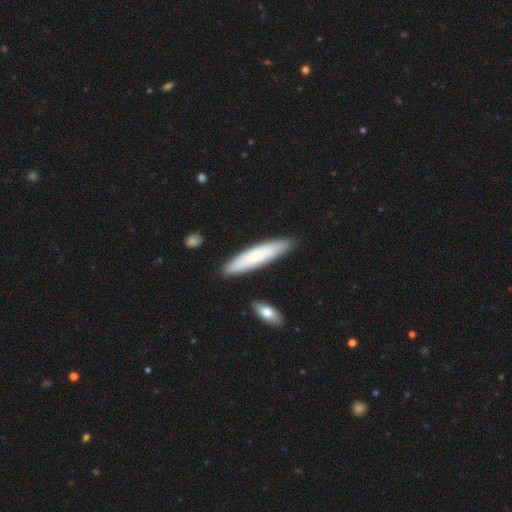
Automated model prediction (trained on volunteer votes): A smooth galaxy with no disk features (70%) that is cigar-shaped (84%).

Vote fractions:
- Smooth or featured? smooth: 70% / featured or disk: 24% / star or artifact: 6%
- How rounded? cigar-shaped: 84% / in between: 14% / round: 1%
- Merging? none: 84% / minor disturbance: 11% / merger: 3% / major disturbance: 2%